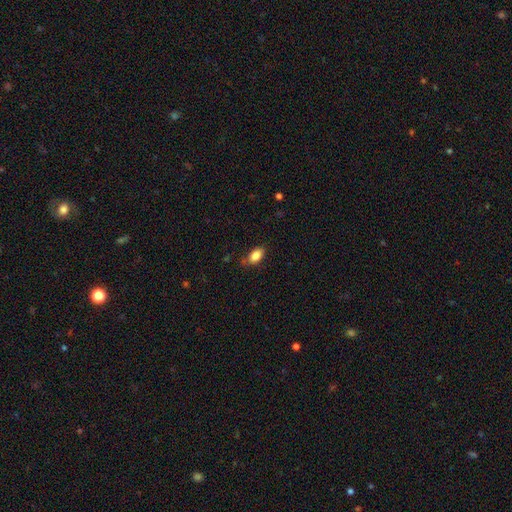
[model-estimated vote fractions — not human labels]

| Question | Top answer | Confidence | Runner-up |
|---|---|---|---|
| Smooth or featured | smooth | 84% | star or artifact (8%) |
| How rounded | in between | 89% | round (8%) |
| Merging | none | 79% | minor disturbance (16%) |